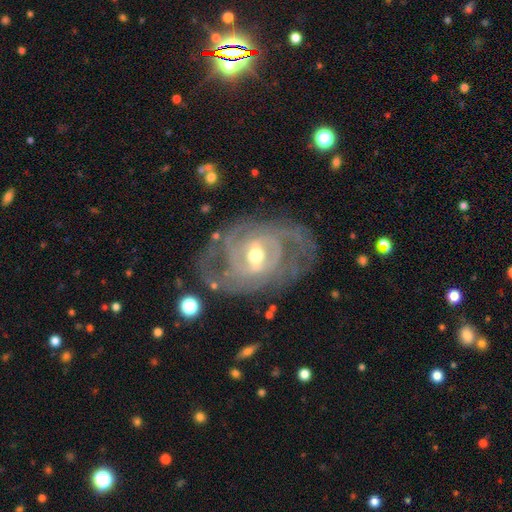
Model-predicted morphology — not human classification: Overall: featured or disk (89%). Edge-on disk: no (96%). Bar: weak (45%; strong 35%). Spiral arms: yes (94%). Spiral arm count: 2 (38%; can't tell 24%). Spiral winding: tight (57%; medium 34%). Bulge size: moderate (62%; small 32%). Merging: none (69%).